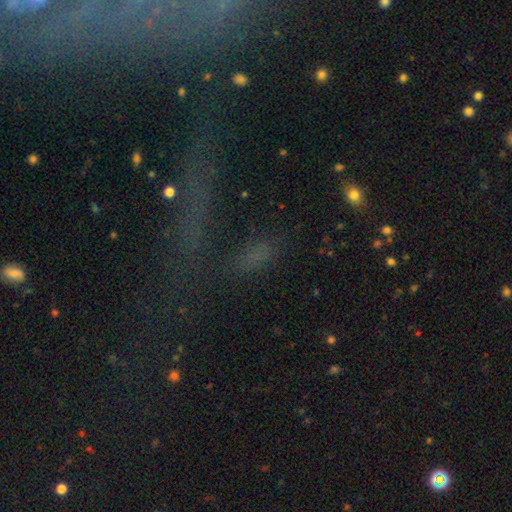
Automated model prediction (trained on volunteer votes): Overall: smooth (44%; star or artifact 39%). Merging: none (59%).